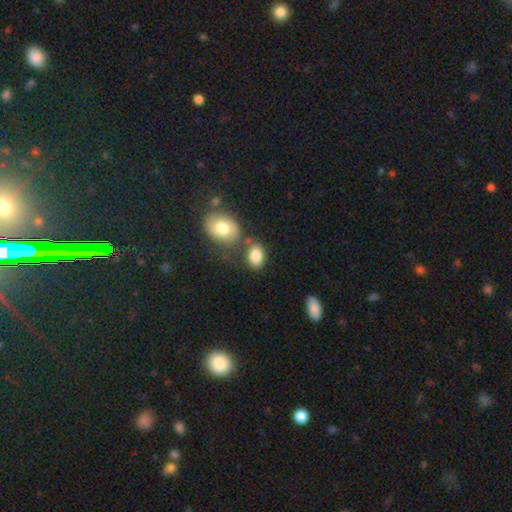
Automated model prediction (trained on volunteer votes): Overall: smooth (84%). How rounded: in between (78%). Merging: none (59%; merger 20%).